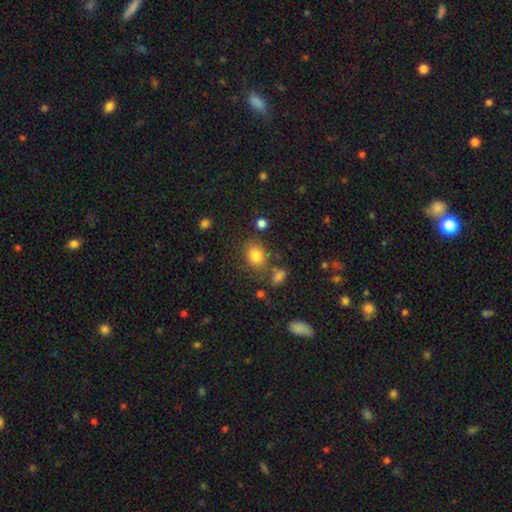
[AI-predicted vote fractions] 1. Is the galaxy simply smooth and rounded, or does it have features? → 81% smooth, 11% star or artifact, 8% featured or disk.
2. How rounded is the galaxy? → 52% in between, 47% round, 1% cigar-shaped.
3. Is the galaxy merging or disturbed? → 70% none, 15% minor disturbance, 9% merger, 6% major disturbance.